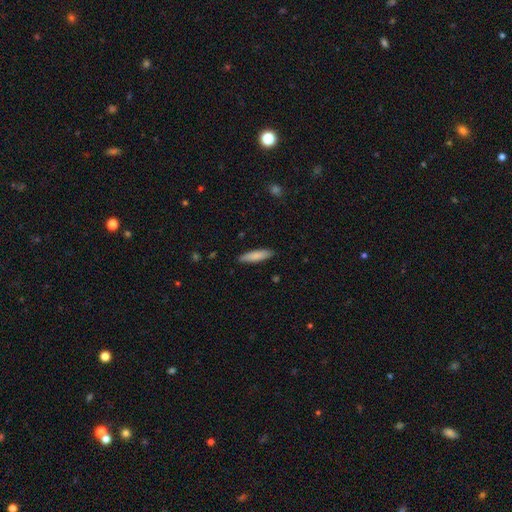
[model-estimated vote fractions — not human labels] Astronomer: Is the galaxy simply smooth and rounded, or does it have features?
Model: smooth — 82%.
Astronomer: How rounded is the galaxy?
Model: cigar-shaped — 74%.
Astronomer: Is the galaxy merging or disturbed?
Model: none — 88%.